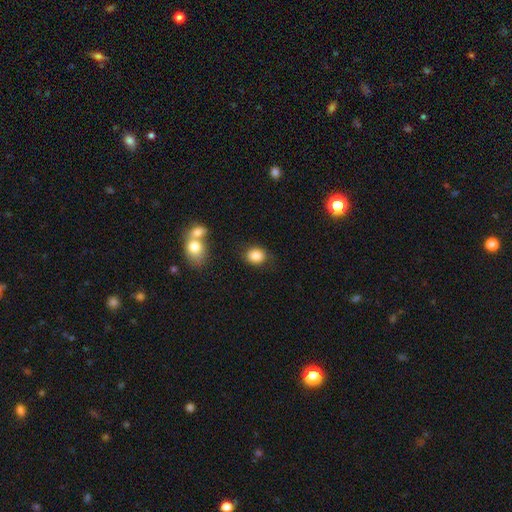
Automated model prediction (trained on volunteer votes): This is clearly a smooth galaxy (85%). How rounded: possibly round (54%). Merging: likely none (75%).